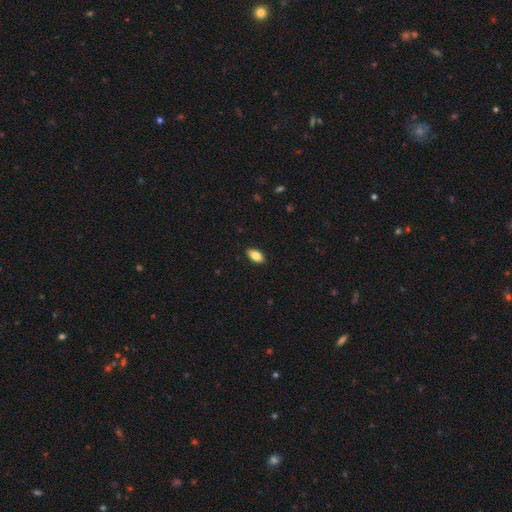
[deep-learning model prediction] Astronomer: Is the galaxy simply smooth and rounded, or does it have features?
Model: smooth — 83%.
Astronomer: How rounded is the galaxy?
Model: in between — 92%.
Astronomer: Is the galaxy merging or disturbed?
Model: none — 89%.